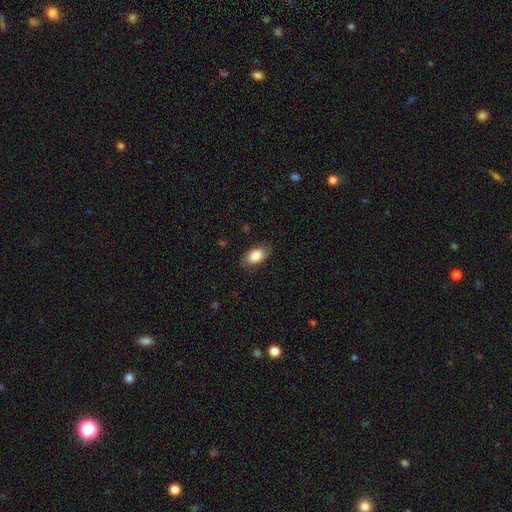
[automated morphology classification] Smooth or featured? Predicted: smooth (p=0.85). How rounded? Predicted: in between (p=0.89). Merging? Predicted: none (p=0.81).